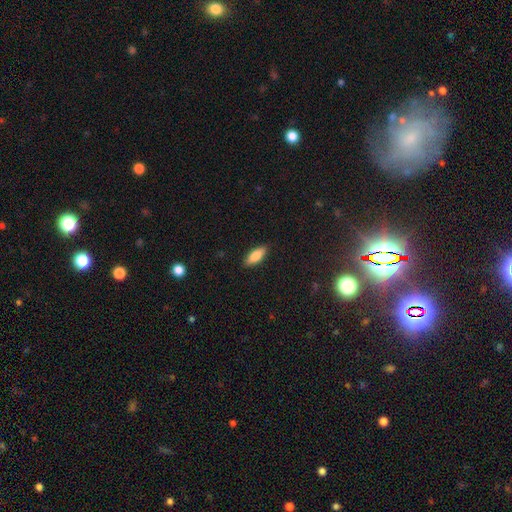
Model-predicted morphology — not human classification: smooth-or-featured: smooth: 85% | featured or disk: 9% | star or artifact: 6%
  how-rounded: in between: 74% | cigar-shaped: 24% | round: 2%
  merging: none: 88% | minor disturbance: 9% | major disturbance: 2% | merger: 1%